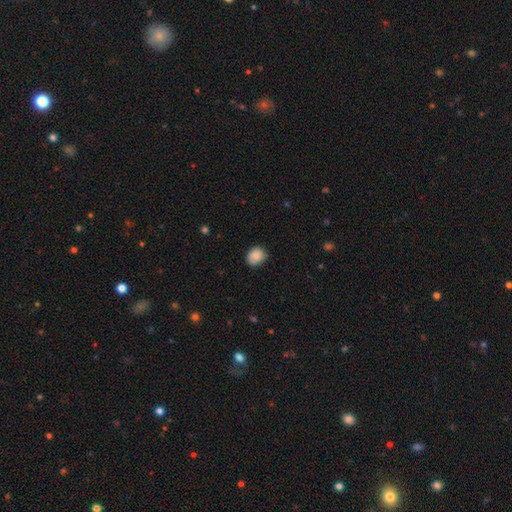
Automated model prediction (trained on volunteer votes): smooth_or_featured: smooth (p=0.87) [alt: star or artifact p=0.08]
how_rounded: round (p=0.58) [alt: in between p=0.41]
merging: none (p=0.78) [alt: minor disturbance p=0.18]